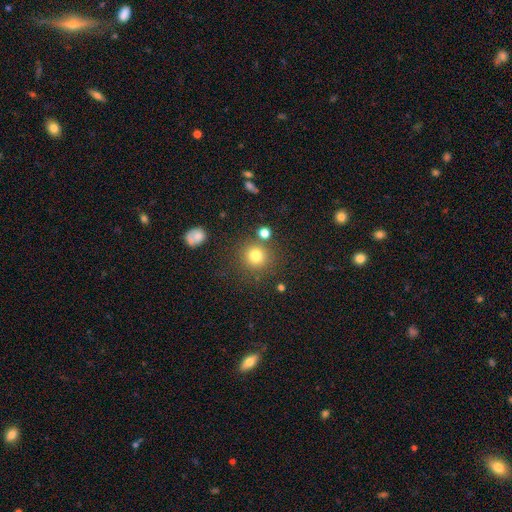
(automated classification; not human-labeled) Smooth or featured? smooth (77%)
How rounded? round (93%)
Merging? none (80%)